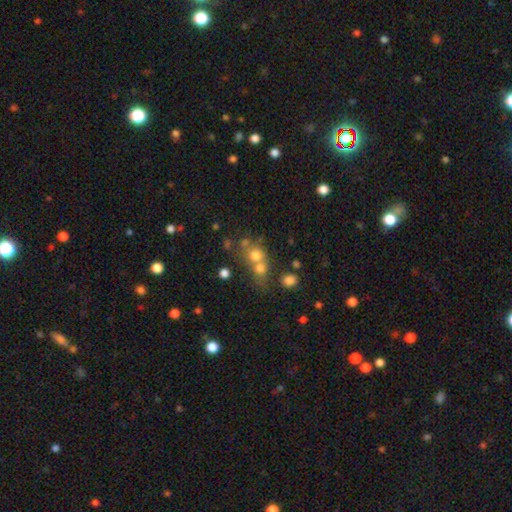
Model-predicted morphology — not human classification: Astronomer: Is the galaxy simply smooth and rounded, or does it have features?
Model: smooth — 67%.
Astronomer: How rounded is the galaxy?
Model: round — 78%.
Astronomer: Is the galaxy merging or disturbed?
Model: merger — 55% (runner-up: none, 33%).